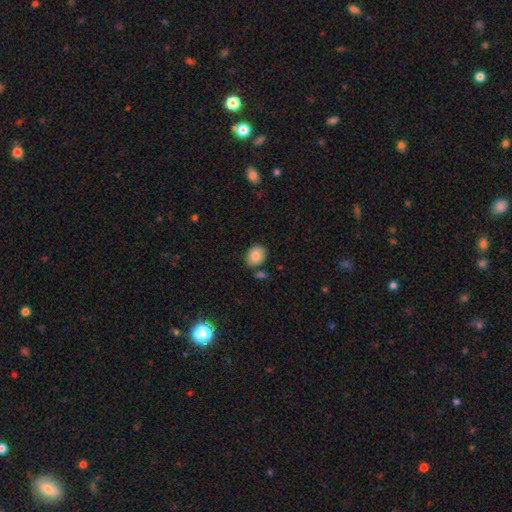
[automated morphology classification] Smooth or featured? smooth (87%)
How rounded? in between (54%)
Merging? none (74%)